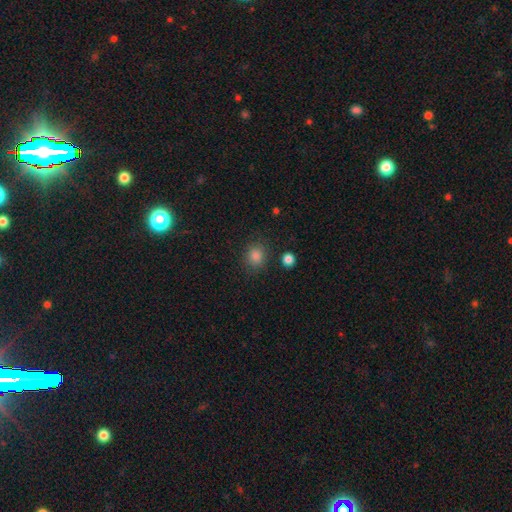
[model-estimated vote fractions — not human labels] A smooth galaxy with no disk features (83%) that is round (78%). Merging: none (86%).